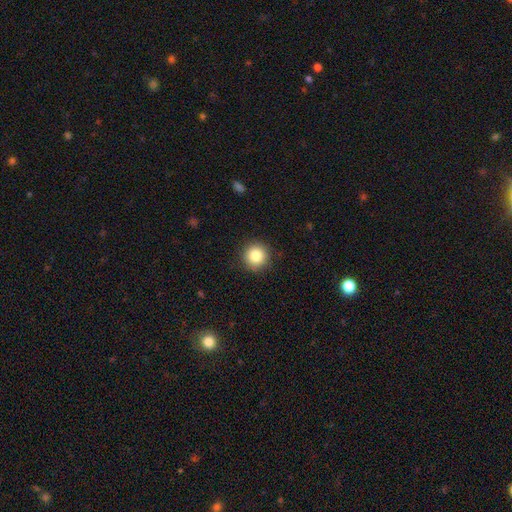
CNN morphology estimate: smooth_or_featured: smooth (p=0.85) [alt: star or artifact p=0.10]
how_rounded: round (p=0.94) [alt: in between p=0.05]
merging: none (p=0.90) [alt: minor disturbance p=0.07]